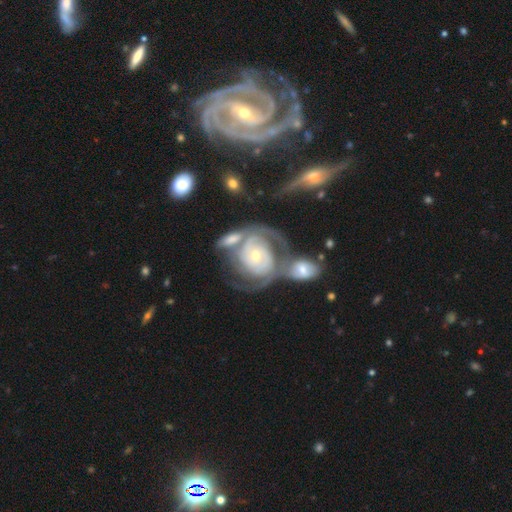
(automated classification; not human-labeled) This is clearly a featured or disk galaxy (84%). It is clearly not viewed edge-on (96%). Bar: likely no (73%). Spiral arm pattern: clearly yes (91%). Spiral arm count: marginally 2 (40%). Spiral winding: likely tight (65%). Central bulge: possibly small (58%). Merging: marginally merger (39%).